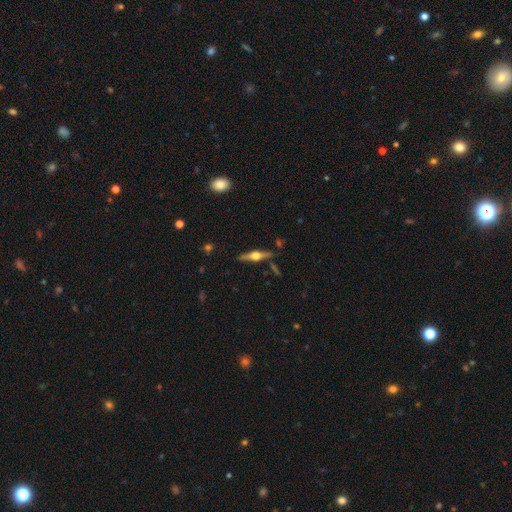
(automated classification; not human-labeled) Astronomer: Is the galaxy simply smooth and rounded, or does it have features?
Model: featured or disk — 74%.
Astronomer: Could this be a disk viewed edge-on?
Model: yes — 97%.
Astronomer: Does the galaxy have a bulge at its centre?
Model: rounded — 94%.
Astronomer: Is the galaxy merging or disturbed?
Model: none — 86%.